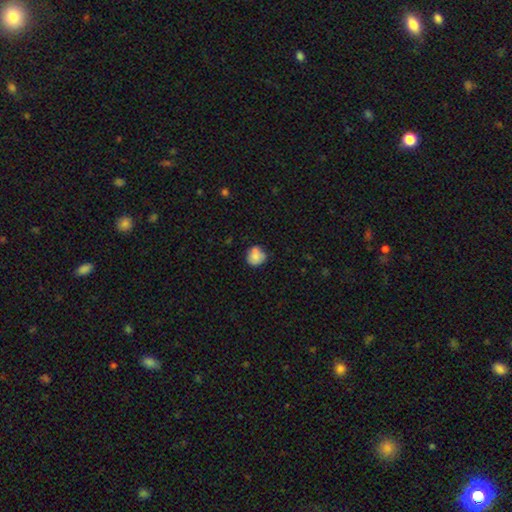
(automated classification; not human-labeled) smooth-or-featured: smooth: 80% | featured or disk: 12% | star or artifact: 8%
  how-rounded: round: 83% | in between: 16% | cigar-shaped: 1%
  merging: none: 63% | minor disturbance: 23% | merger: 10% | major disturbance: 5%